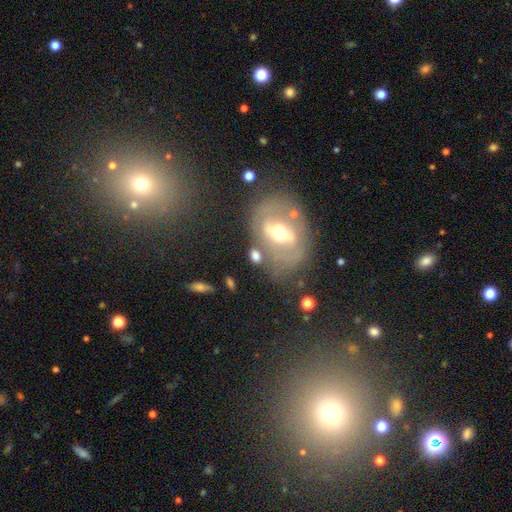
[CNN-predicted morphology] Q: Smooth or featured?
A: featured or disk (52%); runner-up: smooth (37%)
Q: Edge-on disk?
A: no (84%); runner-up: yes (16%)
Q: Merging?
A: none (64%); runner-up: minor disturbance (17%)